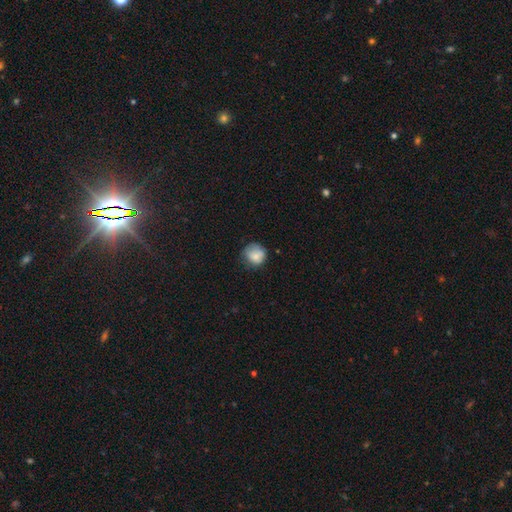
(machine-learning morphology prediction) Overall: smooth (76%). How rounded: round (79%). Merging: none (58%; minor disturbance 29%).